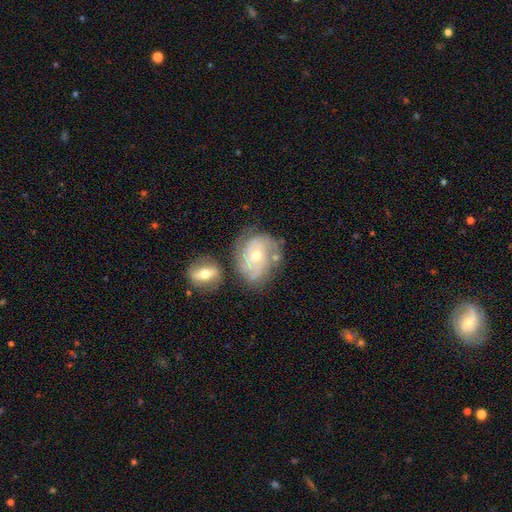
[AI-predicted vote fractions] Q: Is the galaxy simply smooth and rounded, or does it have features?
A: featured or disk — 75%.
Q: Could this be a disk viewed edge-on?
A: no — 96%.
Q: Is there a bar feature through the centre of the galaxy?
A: no — 73%.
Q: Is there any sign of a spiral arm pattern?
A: yes — 86%.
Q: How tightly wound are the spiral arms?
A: tight — 58%.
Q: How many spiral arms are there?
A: can't tell — 39%.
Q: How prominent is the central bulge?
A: moderate — 52%.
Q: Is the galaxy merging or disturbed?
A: none — 52%.